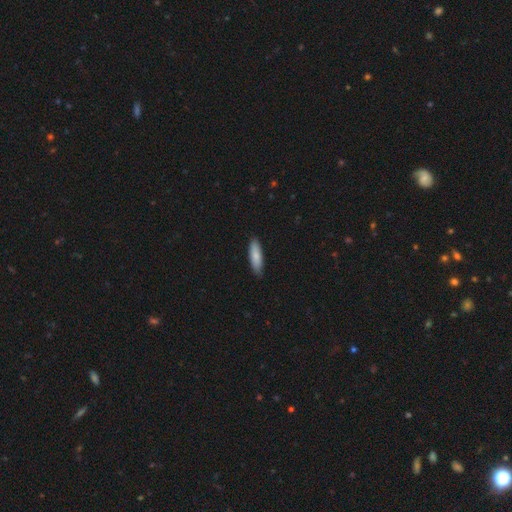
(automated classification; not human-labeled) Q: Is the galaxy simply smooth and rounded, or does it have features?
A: smooth — 81%.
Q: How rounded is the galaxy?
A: cigar-shaped — 52%.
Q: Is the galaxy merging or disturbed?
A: none — 85%.